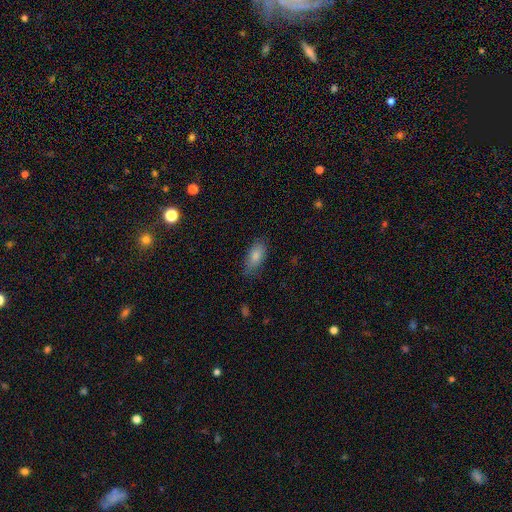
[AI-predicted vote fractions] Q: Smooth or featured?
A: smooth (83%); runner-up: featured or disk (10%)
Q: How rounded?
A: in between (89%); runner-up: cigar-shaped (8%)
Q: Merging?
A: none (76%); runner-up: minor disturbance (19%)